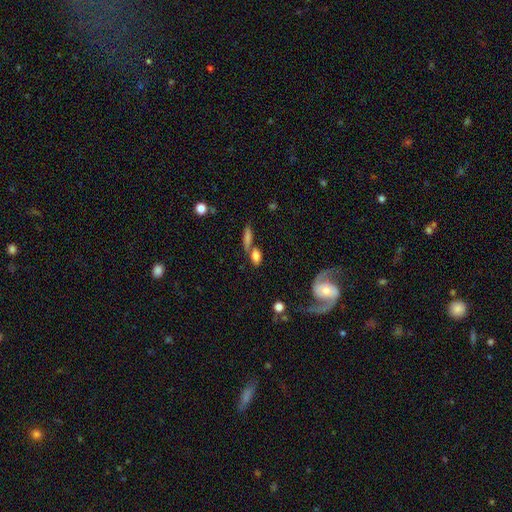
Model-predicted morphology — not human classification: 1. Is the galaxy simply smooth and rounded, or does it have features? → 75% smooth, 15% featured or disk, 10% star or artifact.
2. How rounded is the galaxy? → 76% in between, 15% cigar-shaped, 9% round.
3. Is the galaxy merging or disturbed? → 47% none, 35% merger, 12% minor disturbance, 6% major disturbance.